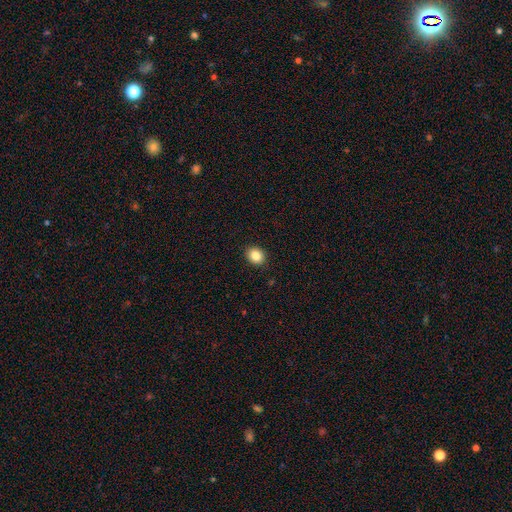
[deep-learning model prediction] Smooth or featured: smooth — 85% (star or artifact — 10%)
How rounded: round — 64% (in between — 35%)
Merging: none — 92% (minor disturbance — 6%)